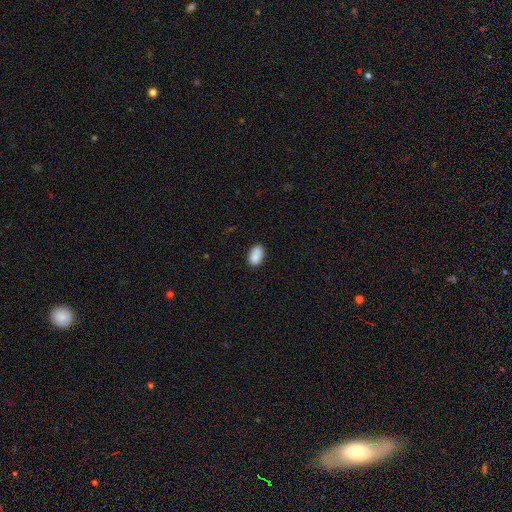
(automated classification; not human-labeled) Morphology: type=smooth (89%); roundness=in between (92%); merging=none (83%).